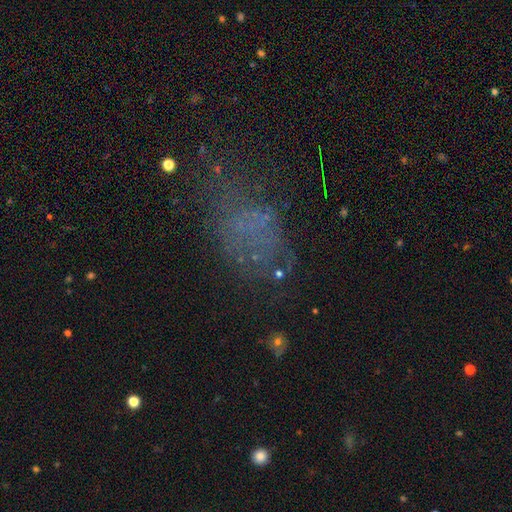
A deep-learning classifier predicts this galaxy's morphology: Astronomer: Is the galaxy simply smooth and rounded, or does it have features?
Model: smooth — 39% (runner-up: star or artifact, 32%).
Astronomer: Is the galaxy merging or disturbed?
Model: none — 48% (runner-up: major disturbance, 27%).